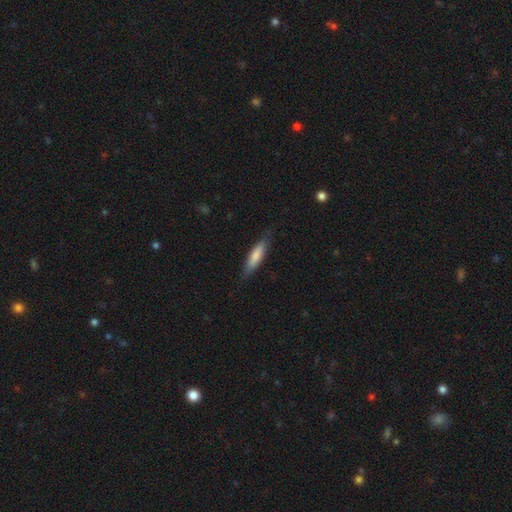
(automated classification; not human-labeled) smooth_or_featured: smooth (p=0.74) [alt: featured or disk p=0.20]
how_rounded: cigar-shaped (p=0.71) [alt: in between p=0.28]
merging: none (p=0.81) [alt: minor disturbance p=0.15]